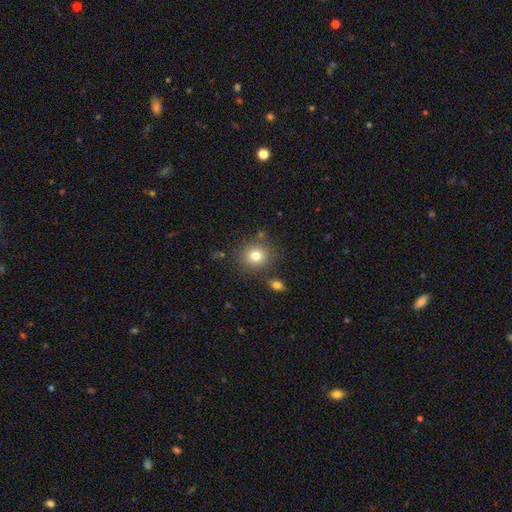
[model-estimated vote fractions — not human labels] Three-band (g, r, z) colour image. It shows a smooth galaxy with no disk features (79%) that is round (86%). Merging: none (82%).